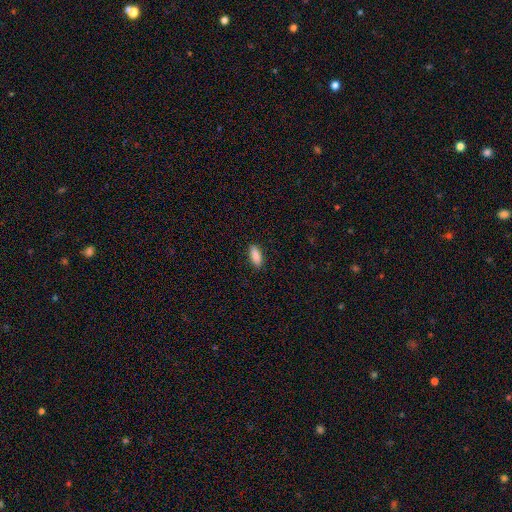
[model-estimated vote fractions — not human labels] Morphology: type=smooth (88%); roundness=in between (75%); merging=none (89%).